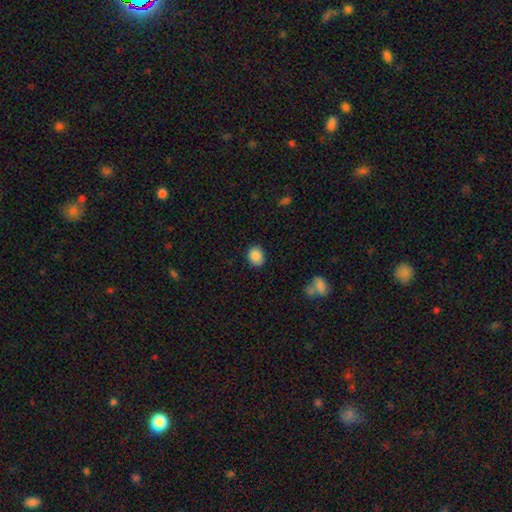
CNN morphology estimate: This appears to be a smooth galaxy with no disk features (88%) that is round (61%). Merging: none (87%).